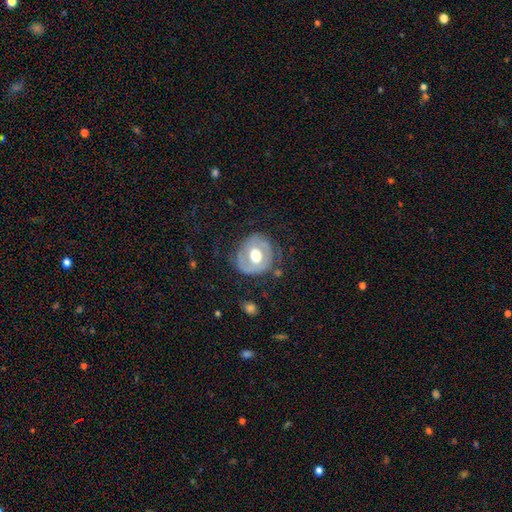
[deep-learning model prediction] smooth-or-featured: featured or disk: 53% | smooth: 40% | star or artifact: 6%
  disk-edge-on: no: 96% | yes: 4%
    bar: no: 75% | weak: 19% | strong: 6%
    has-spiral-arms: no: 72% | yes: 28%
    bulge-size: moderate: 57% | large: 36% | small: 3% | dominant: 3% | none: 1%
  merging: none: 69% | minor disturbance: 19% | major disturbance: 10% | merger: 2%